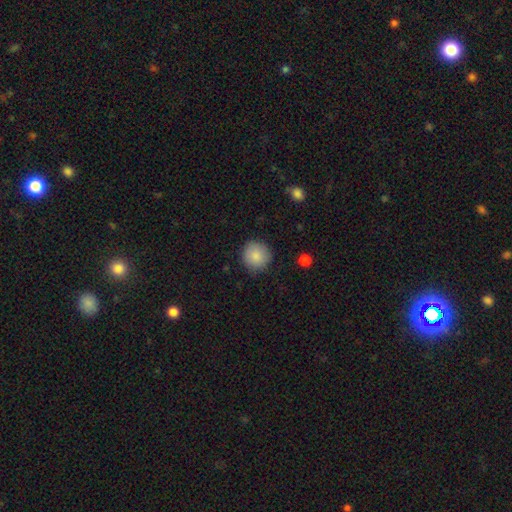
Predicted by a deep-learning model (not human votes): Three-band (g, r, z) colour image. It shows a smooth galaxy with no disk features (86%) that is round (93%). Merging: none (86%).